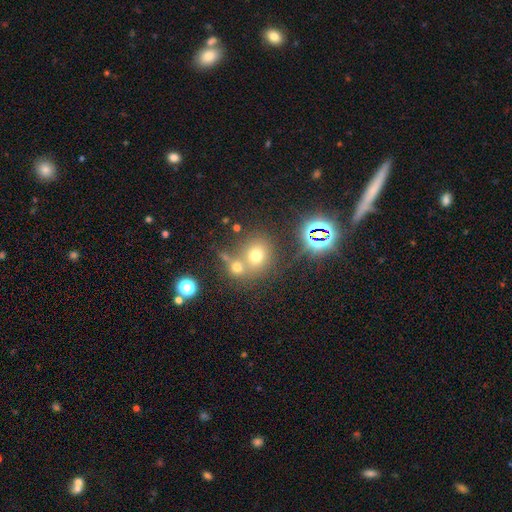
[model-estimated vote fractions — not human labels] smooth 65%, star or artifact 24%, featured or disk 12%. Down the decision tree: how rounded — round (78%); merging — none (50%).